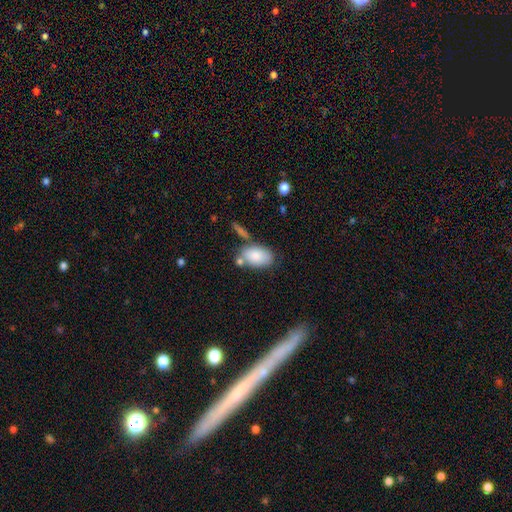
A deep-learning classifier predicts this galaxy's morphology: smooth_or_featured: smooth (p=0.83) [alt: featured or disk p=0.10]
how_rounded: in between (p=0.92) [alt: round p=0.06]
merging: none (p=0.60) [alt: minor disturbance p=0.18]